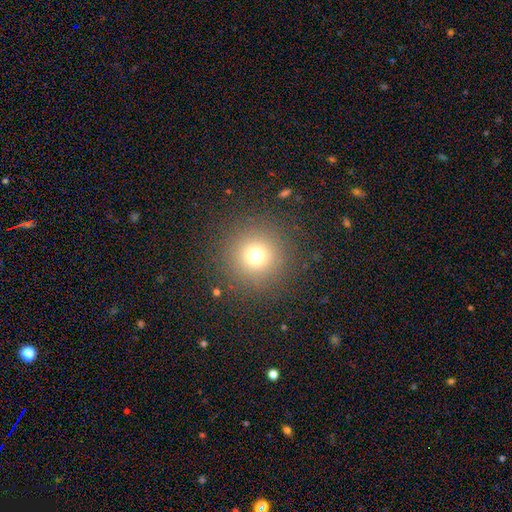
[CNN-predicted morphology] smooth_or_featured: smooth (p=0.71) [alt: star or artifact p=0.19]
how_rounded: round (p=0.96) [alt: in between p=0.03]
merging: none (p=0.89) [alt: minor disturbance p=0.06]